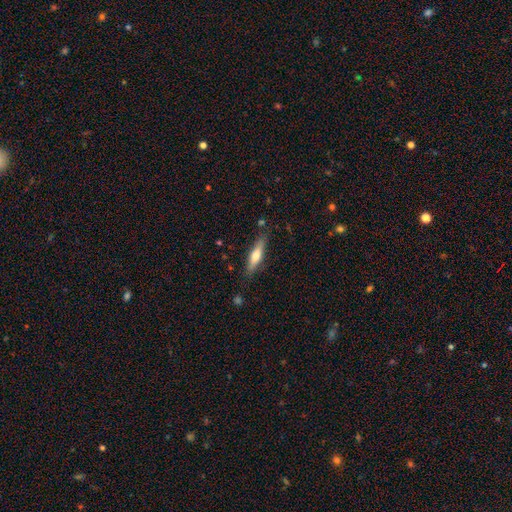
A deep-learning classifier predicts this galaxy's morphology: This is possibly a smooth galaxy (55%). How rounded: likely cigar-shaped (73%). Merging: clearly none (82%).